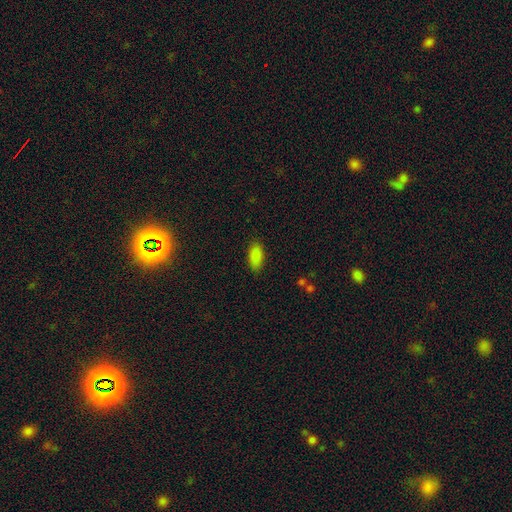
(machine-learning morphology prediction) smooth-or-featured: smooth: 87% | star or artifact: 9% | featured or disk: 4%
  how-rounded: in between: 90% | cigar-shaped: 8% | round: 3%
  merging: none: 86% | minor disturbance: 11% | major disturbance: 3% | merger: 1%